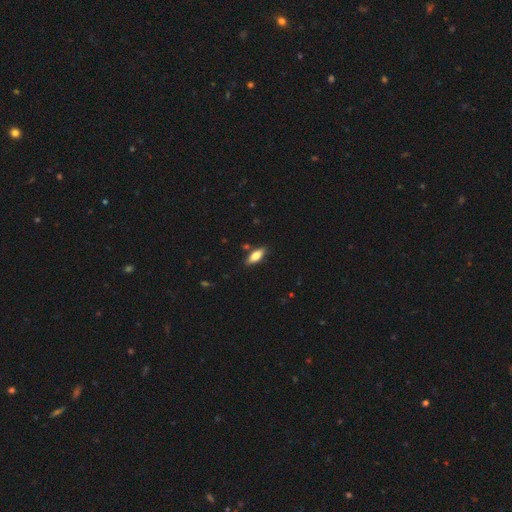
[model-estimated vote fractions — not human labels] Smooth or featured?
  - smooth: 73% *
  - featured or disk: 20%
  - star or artifact: 7%
How rounded?
  - in between: 75% *
  - cigar-shaped: 23%
  - round: 2%
Merging?
  - none: 82% *
  - minor disturbance: 12%
  - merger: 3%
  - major disturbance: 2%